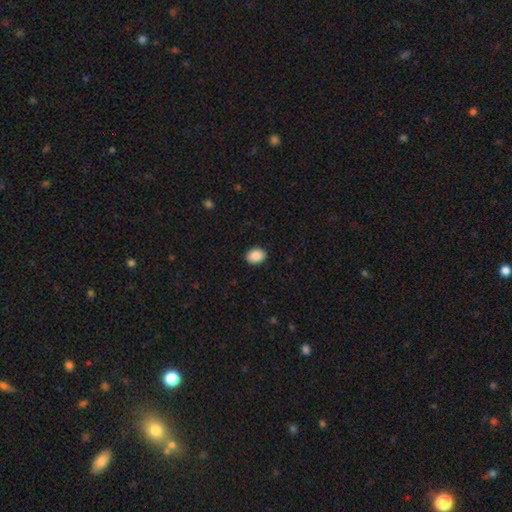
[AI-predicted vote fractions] Smooth or featured?
  - smooth: 89% *
  - star or artifact: 8%
  - featured or disk: 3%
How rounded?
  - in between: 57% *
  - round: 42%
  - cigar-shaped: 1%
Merging?
  - none: 90% *
  - minor disturbance: 7%
  - major disturbance: 2%
  - merger: 1%